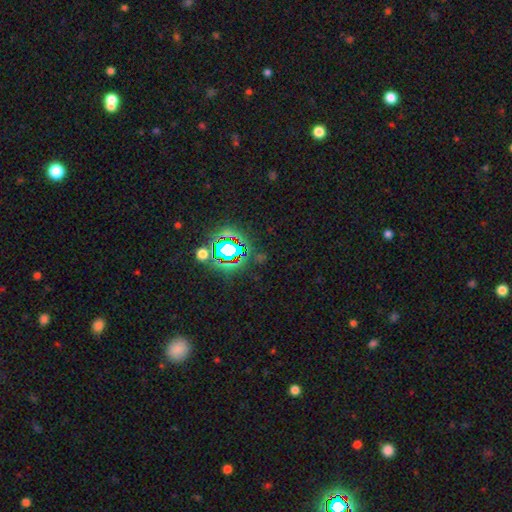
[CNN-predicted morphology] star or artifact 77%, smooth 15%, featured or disk 8%.